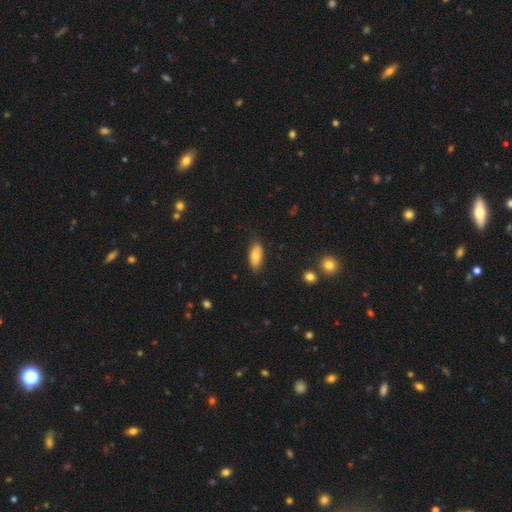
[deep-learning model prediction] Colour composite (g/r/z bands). It shows a smooth galaxy with no disk features (77%) that is in between round and cigar-shaped (85%). Merging: none (79%).